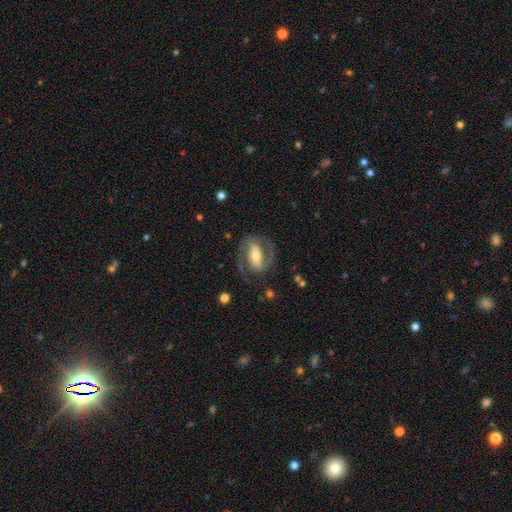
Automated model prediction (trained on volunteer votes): Smooth or featured? Predicted: featured or disk (p=0.81). Edge-on disk? Predicted: no (p=0.95). Bar? Predicted: strong (p=0.53). Spiral arms? Predicted: yes (p=0.89). Spiral winding? Predicted: medium (p=0.50). Spiral arm count? Predicted: 2 (p=0.88). Bulge size? Predicted: moderate (p=0.57). Merging? Predicted: none (p=0.75).